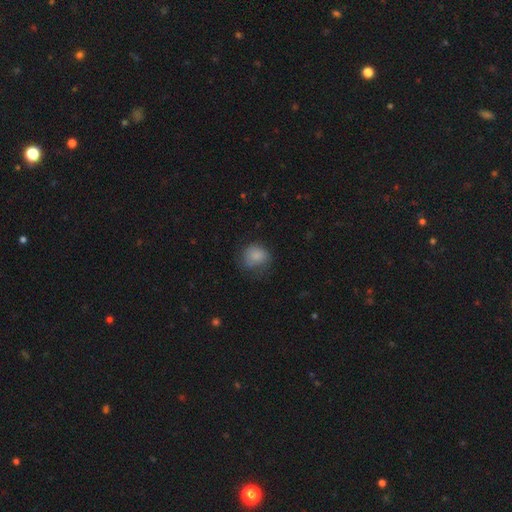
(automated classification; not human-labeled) Smooth or featured: smooth — 80% (featured or disk — 10%)
How rounded: round — 71% (in between — 28%)
Merging: none — 54% (minor disturbance — 28%)